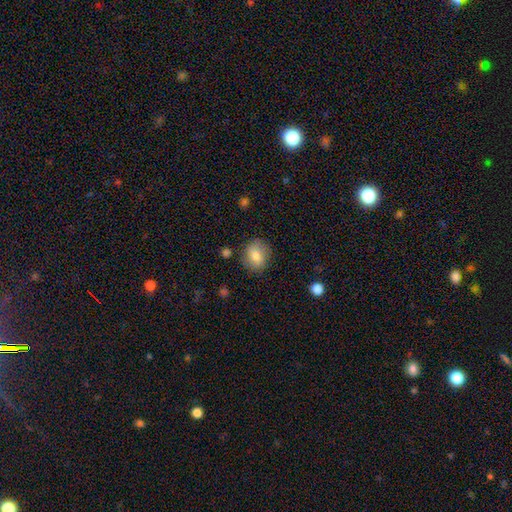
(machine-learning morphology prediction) Smooth or featured? Predicted: smooth (p=0.79). How rounded? Predicted: round (p=0.63). Merging? Predicted: none (p=0.81).